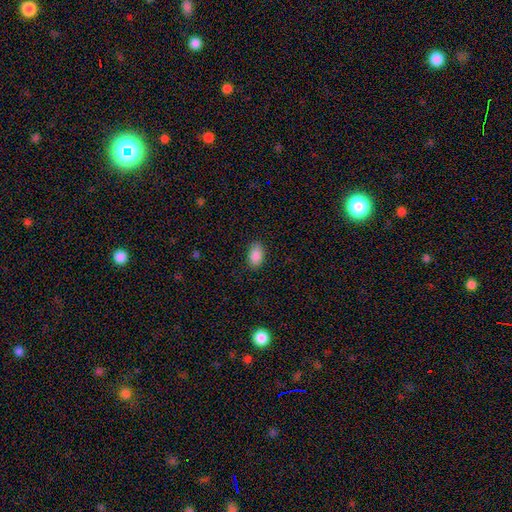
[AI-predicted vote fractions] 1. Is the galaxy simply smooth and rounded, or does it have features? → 87% smooth, 8% star or artifact, 5% featured or disk.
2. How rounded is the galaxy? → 91% in between, 7% round, 2% cigar-shaped.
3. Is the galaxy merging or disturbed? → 86% none, 11% minor disturbance, 2% major disturbance, 1% merger.